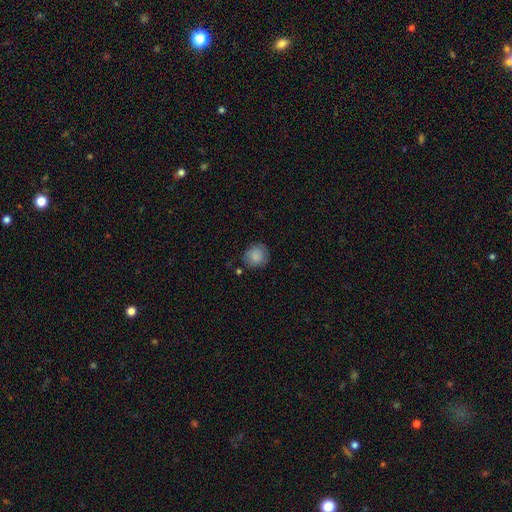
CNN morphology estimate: Smooth or featured? smooth (87%)
How rounded? round (81%)
Merging? none (81%)